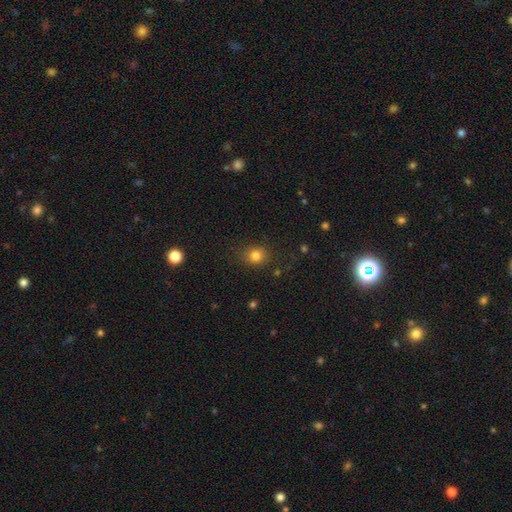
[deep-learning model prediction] Smooth or featured?
  - smooth: 80% *
  - star or artifact: 13%
  - featured or disk: 7%
How rounded?
  - round: 70% *
  - in between: 29%
  - cigar-shaped: 1%
Merging?
  - none: 81% *
  - minor disturbance: 13%
  - major disturbance: 5%
  - merger: 2%